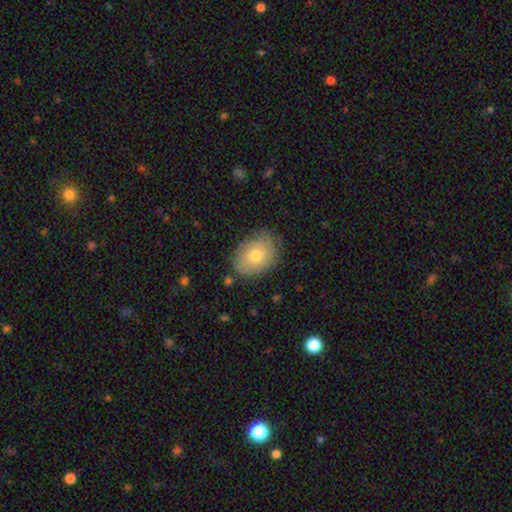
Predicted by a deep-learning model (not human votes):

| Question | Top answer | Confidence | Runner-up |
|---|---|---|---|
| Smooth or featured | smooth | 73% | featured or disk (20%) |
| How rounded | in between | 73% | round (26%) |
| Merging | none | 78% | minor disturbance (17%) |